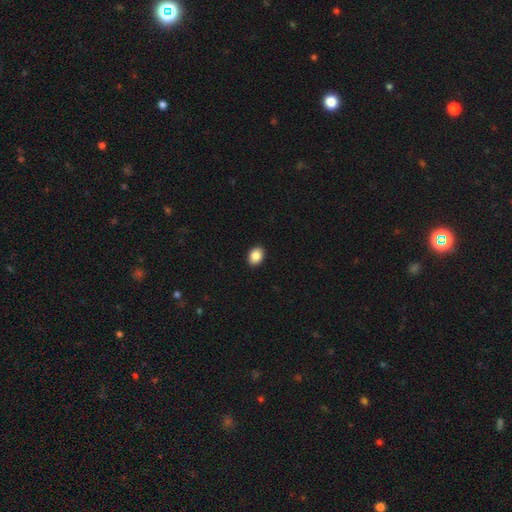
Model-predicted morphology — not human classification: smooth-or-featured: smooth: 88% | star or artifact: 8% | featured or disk: 4%
  how-rounded: in between: 69% | round: 30% | cigar-shaped: 1%
  merging: none: 91% | minor disturbance: 6% | major disturbance: 2% | merger: 1%